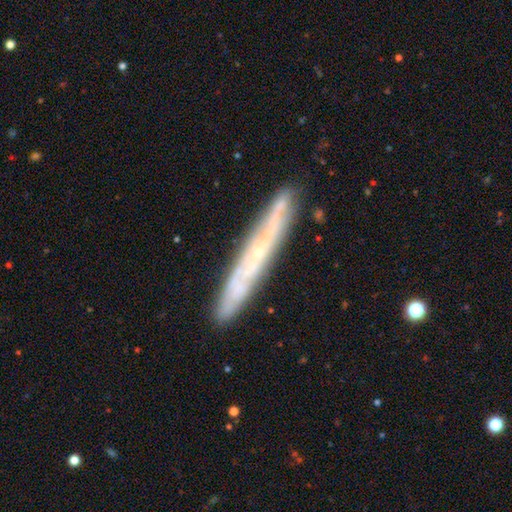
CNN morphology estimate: smooth_or_featured: featured or disk (p=0.63) [alt: smooth p=0.29]
disk_edge_on: yes (p=0.82) [alt: no p=0.18]
edge_on_bulge: none (p=0.65) [alt: rounded p=0.32]
merging: none (p=0.87) [alt: minor disturbance p=0.09]